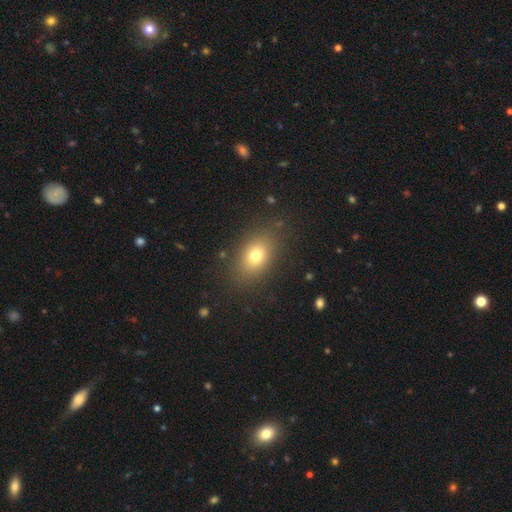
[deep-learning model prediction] smooth 74%, featured or disk 13%, star or artifact 13%. Down the decision tree: how rounded — in between (73%); merging — none (84%).